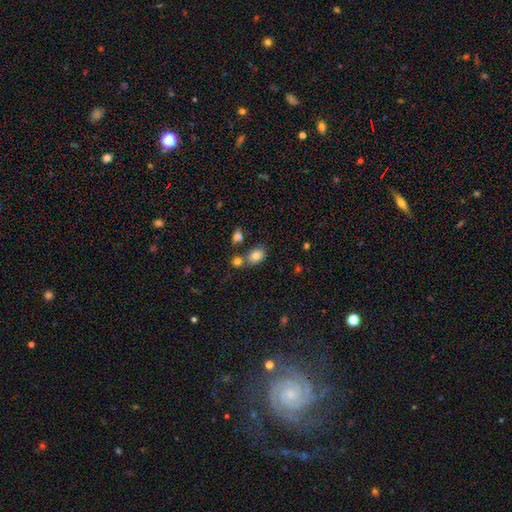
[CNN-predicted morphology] Overall: smooth (82%). How rounded: in between (73%). Merging: none (65%).